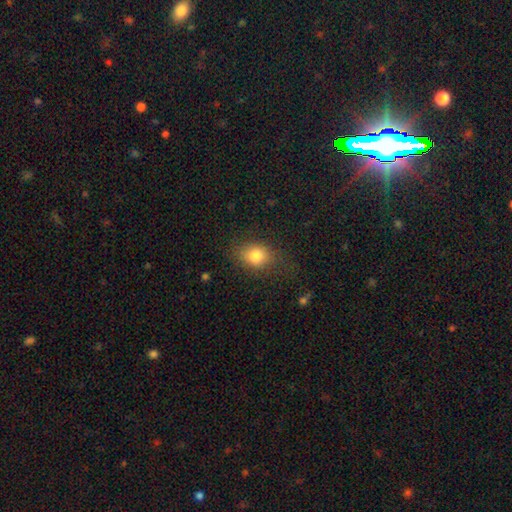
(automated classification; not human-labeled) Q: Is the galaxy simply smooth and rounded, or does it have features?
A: smooth — 81%.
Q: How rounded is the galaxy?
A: in between — 54%.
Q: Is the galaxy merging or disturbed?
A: none — 74%.